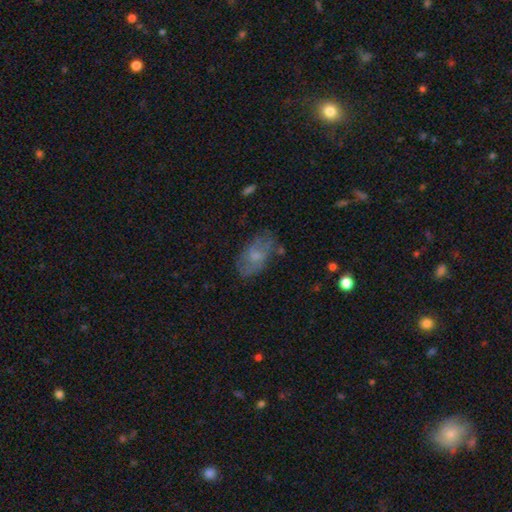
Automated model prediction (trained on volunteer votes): Smooth or featured? smooth (56%)
How rounded? in between (91%)
Merging? none (66%)